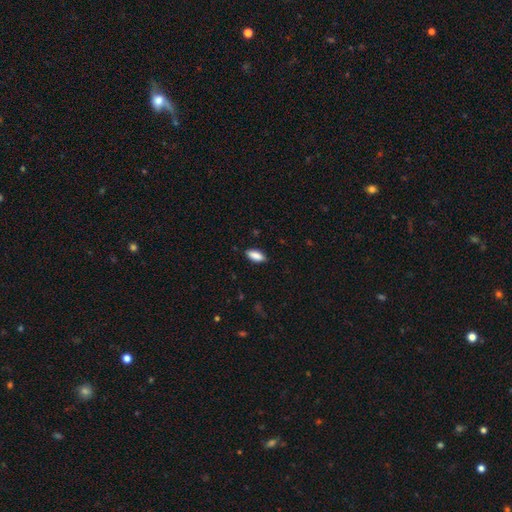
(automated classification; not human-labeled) Smooth or featured? Predicted: smooth (p=0.88). How rounded? Predicted: in between (p=0.85). Merging? Predicted: none (p=0.87).